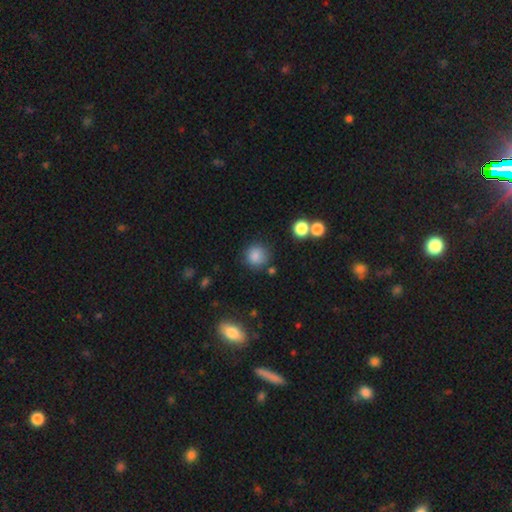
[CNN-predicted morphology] The model was most divided on "merging": none: 79%, minor disturbance: 13%, merger: 4%, major disturbance: 4%. More confident: how rounded — round (87%); smooth or featured — smooth (84%).